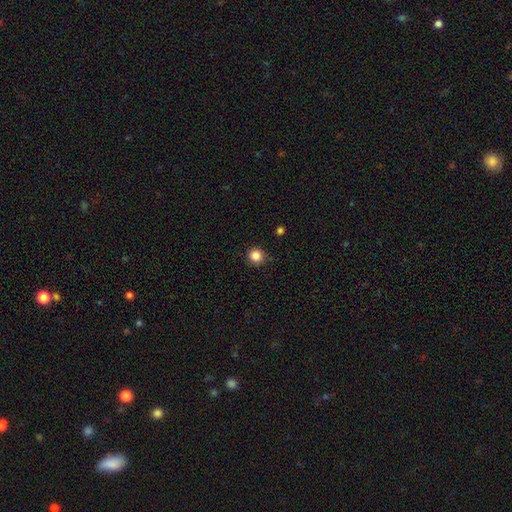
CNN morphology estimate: A smooth galaxy with no disk features (85%) that is round (95%). Merging: none (87%).